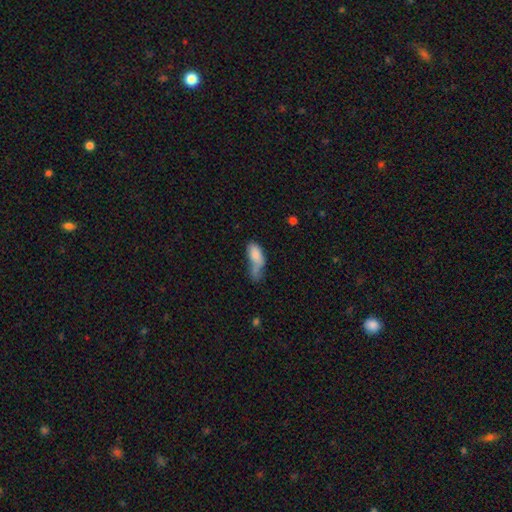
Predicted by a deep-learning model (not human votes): smooth 77%, featured or disk 14%, star or artifact 8%. Down the decision tree: how rounded — in between (79%); merging — merger (36%).